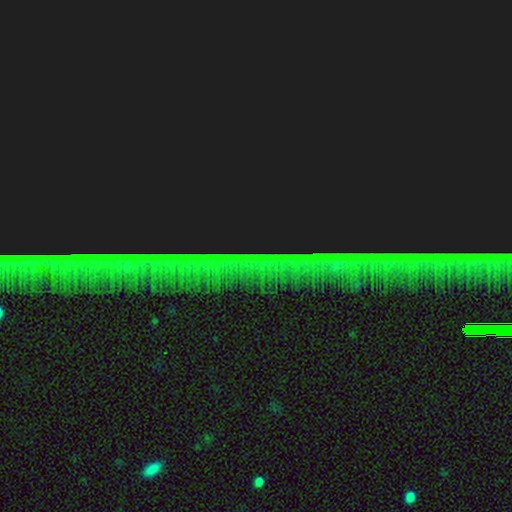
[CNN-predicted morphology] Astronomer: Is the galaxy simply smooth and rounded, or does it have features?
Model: star or artifact — 84%.